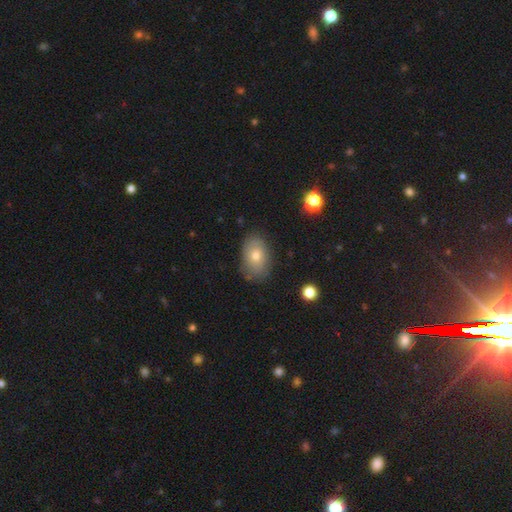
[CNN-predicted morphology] The model was most divided on "smooth or featured": smooth: 63%, featured or disk: 27%, star or artifact: 9%. More confident: how rounded — in between (84%); merging — none (77%).